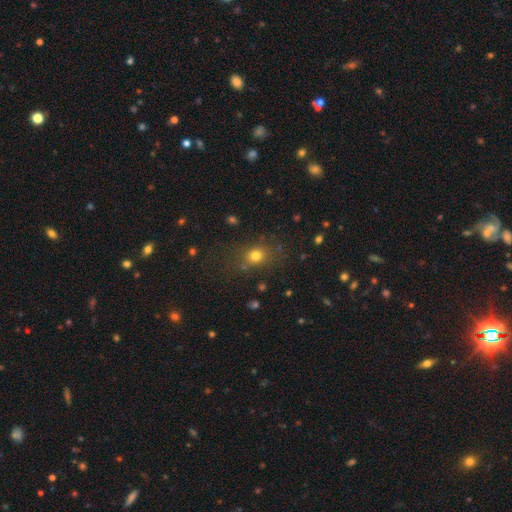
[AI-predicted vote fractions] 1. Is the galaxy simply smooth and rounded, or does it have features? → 75% smooth, 17% star or artifact, 9% featured or disk.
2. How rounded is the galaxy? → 65% round, 34% in between, 1% cigar-shaped.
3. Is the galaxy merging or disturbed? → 76% none, 13% minor disturbance, 7% major disturbance, 4% merger.